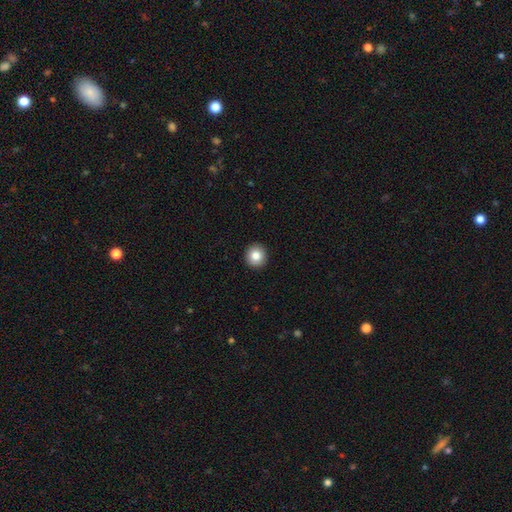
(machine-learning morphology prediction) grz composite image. It shows a smooth galaxy with no disk features (83%) that is round (94%). Merging: none (93%).